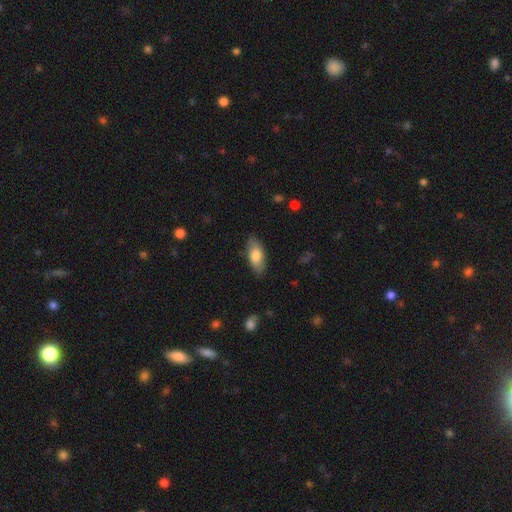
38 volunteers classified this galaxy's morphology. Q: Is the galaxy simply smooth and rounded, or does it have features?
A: smooth — 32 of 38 (84%).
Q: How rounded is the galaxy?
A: in between — 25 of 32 (78%).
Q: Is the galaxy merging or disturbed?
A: none — 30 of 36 (83%).